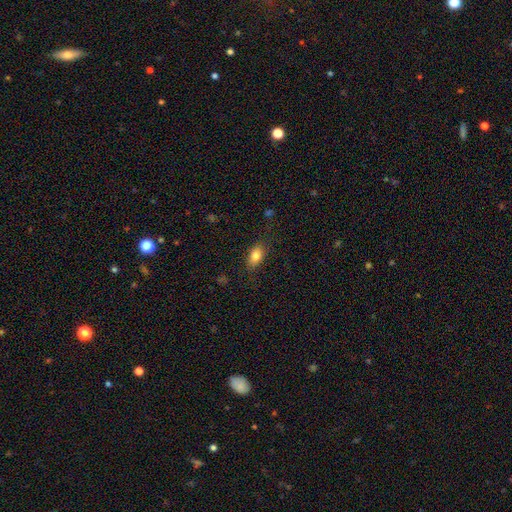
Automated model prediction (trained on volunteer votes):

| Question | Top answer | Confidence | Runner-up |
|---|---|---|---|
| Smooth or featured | smooth | 81% | featured or disk (10%) |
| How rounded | in between | 86% | round (9%) |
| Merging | none | 80% | minor disturbance (14%) |